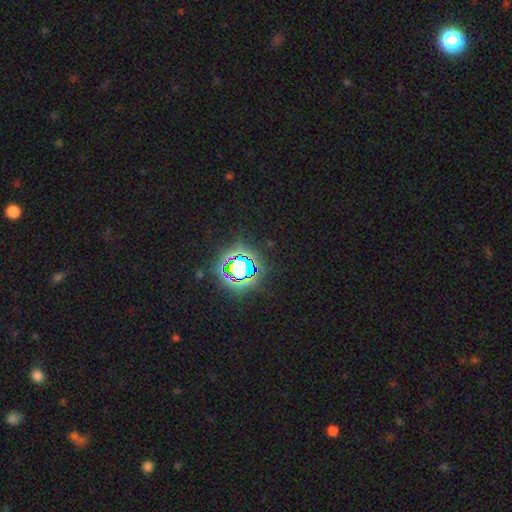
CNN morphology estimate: smooth_or_featured: star or artifact (p=0.80) [alt: smooth p=0.13]